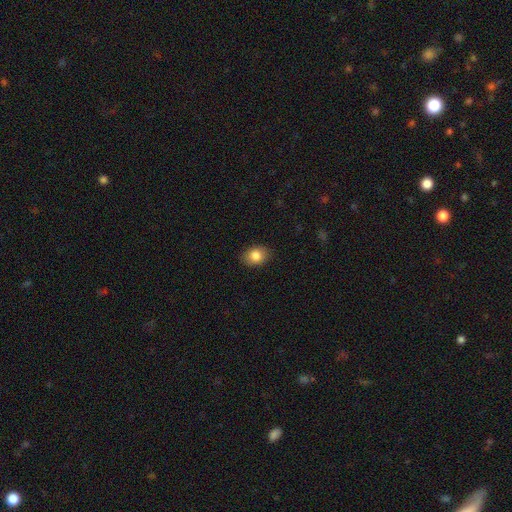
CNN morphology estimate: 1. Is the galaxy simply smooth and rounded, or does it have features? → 84% smooth, 9% star or artifact, 7% featured or disk.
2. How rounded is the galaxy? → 64% in between, 35% round, 1% cigar-shaped.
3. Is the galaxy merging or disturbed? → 88% none, 9% minor disturbance, 2% major disturbance, 1% merger.